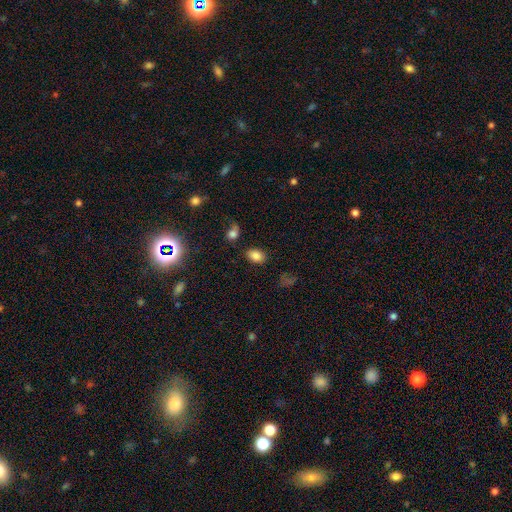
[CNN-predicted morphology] smooth 84%, star or artifact 10%, featured or disk 6%. Down the decision tree: how rounded — in between (81%); merging — none (81%).